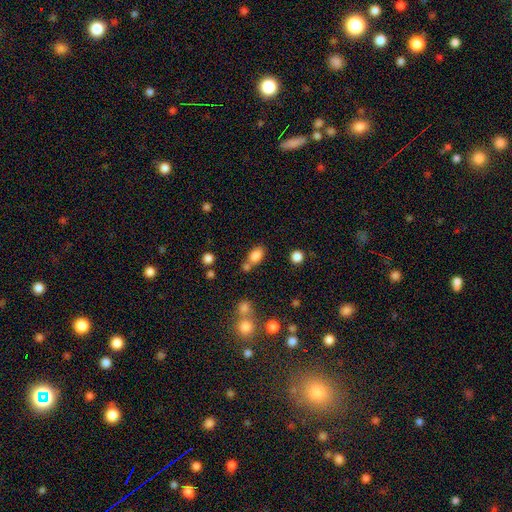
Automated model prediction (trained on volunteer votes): A smooth galaxy with no disk features (83%) that is in between round and cigar-shaped (85%). Merging: none (57%).